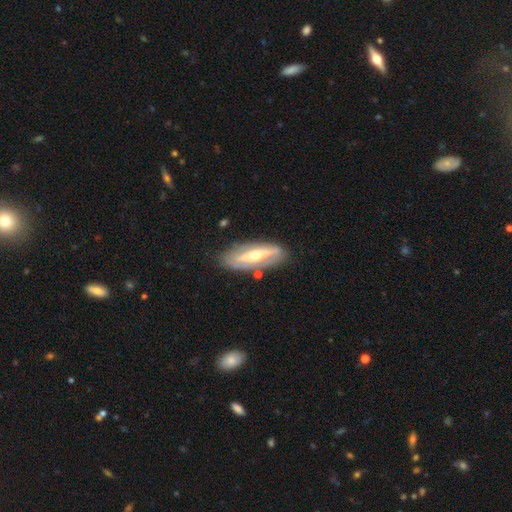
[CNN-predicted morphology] featured or disk 72%, smooth 22%, star or artifact 6%. Down the decision tree: edge-on disk — no (59%); merging — none (79%).